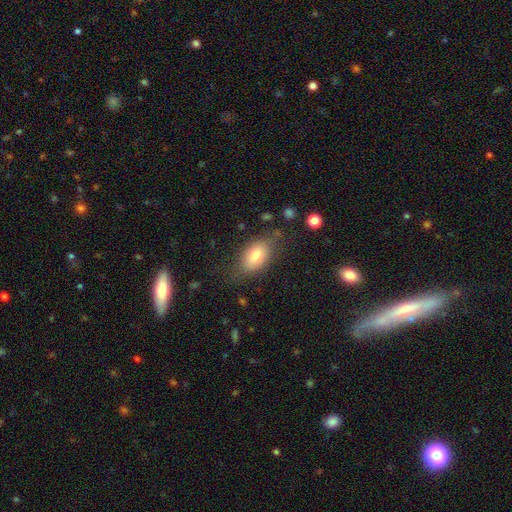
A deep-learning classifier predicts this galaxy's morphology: Smooth or featured? Predicted: smooth (p=0.76). How rounded? Predicted: in between (p=0.87). Merging? Predicted: none (p=0.71).